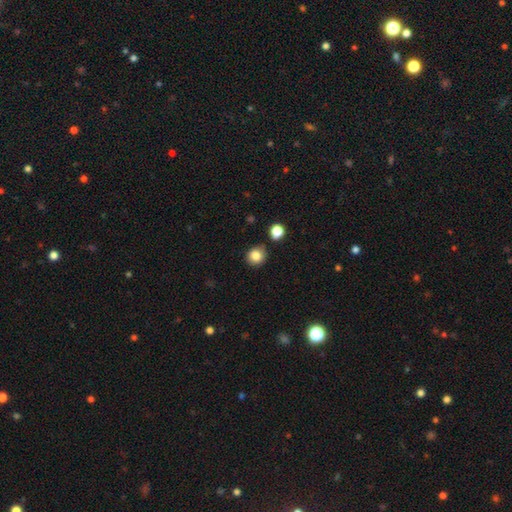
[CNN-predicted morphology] Q: Smooth or featured?
A: smooth (84%); runner-up: star or artifact (11%)
Q: How rounded?
A: round (88%); runner-up: in between (11%)
Q: Merging?
A: none (82%); runner-up: minor disturbance (11%)